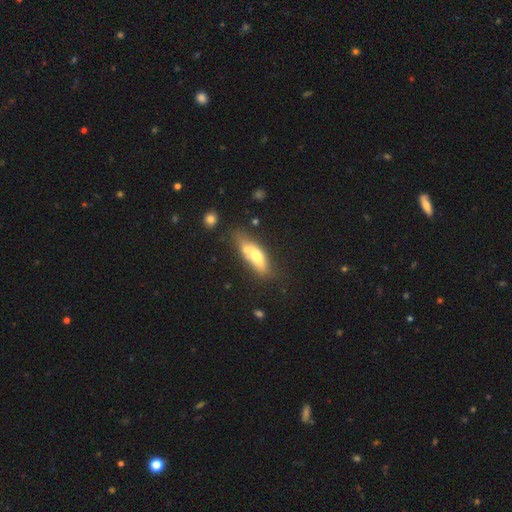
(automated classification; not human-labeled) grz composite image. It shows a smooth galaxy with no disk features (59%) that is in between round and cigar-shaped (60%). Merging: none (38%).